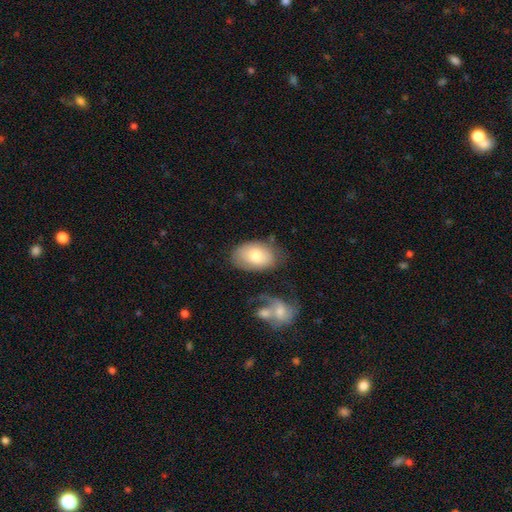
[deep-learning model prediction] Overall: smooth (75%). How rounded: in between (89%). Merging: none (66%).